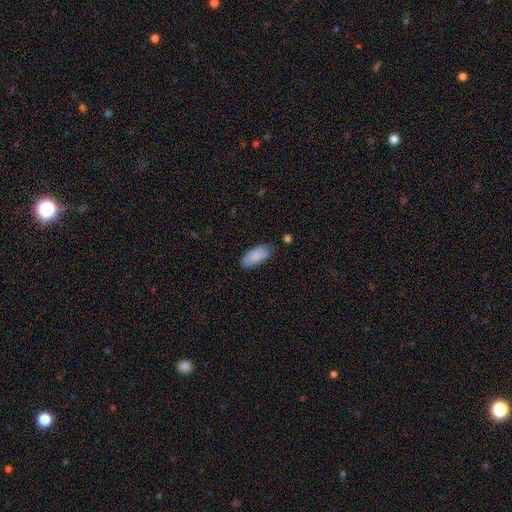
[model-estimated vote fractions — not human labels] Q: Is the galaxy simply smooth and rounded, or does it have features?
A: smooth — 86%.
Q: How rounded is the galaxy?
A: in between — 90%.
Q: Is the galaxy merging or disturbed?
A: none — 68%.